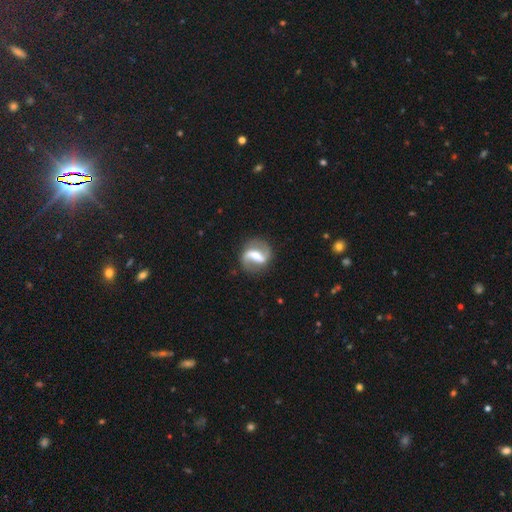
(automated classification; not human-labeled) This appears to be a featured or disk galaxy (81%) with a strong bar (62%), 2 (89%) loose (55%) spiral arms (88%) and a moderate central bulge (43%). Merging: none (79%).